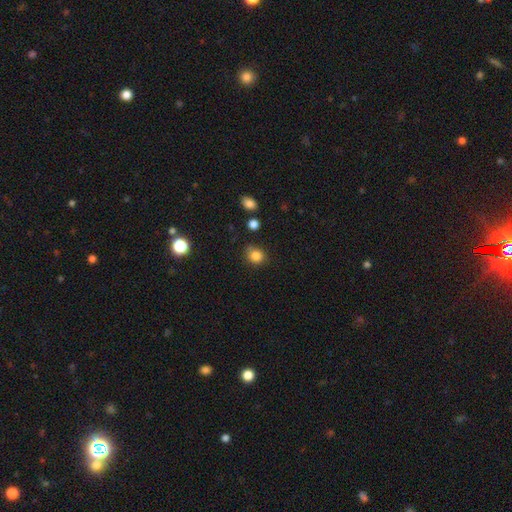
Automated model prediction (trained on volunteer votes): This appears to be a smooth galaxy with no disk features (84%) that is round (77%). Merging: none (71%).